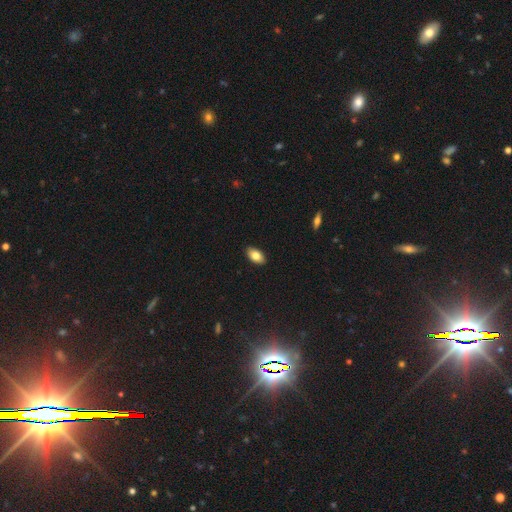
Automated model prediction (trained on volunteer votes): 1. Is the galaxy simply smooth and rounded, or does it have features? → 81% smooth, 11% featured or disk, 7% star or artifact.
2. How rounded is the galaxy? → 93% in between, 5% round, 2% cigar-shaped.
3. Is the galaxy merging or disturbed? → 89% none, 8% minor disturbance, 2% major disturbance, 1% merger.